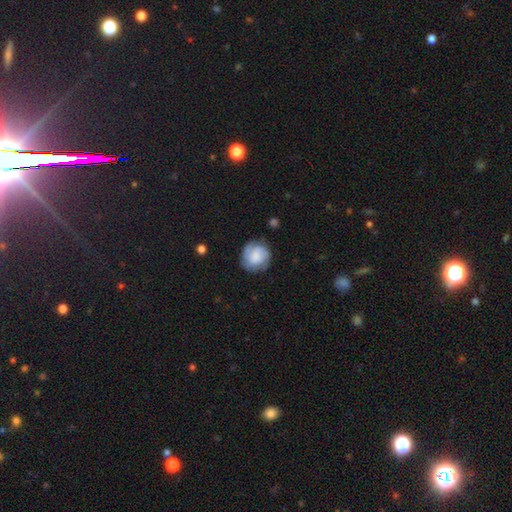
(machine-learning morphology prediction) smooth_or_featured: featured or disk (p=0.50) [alt: smooth p=0.43]
disk_edge_on: no (p=0.98) [alt: yes p=0.02]
merging: none (p=0.74) [alt: minor disturbance p=0.18]